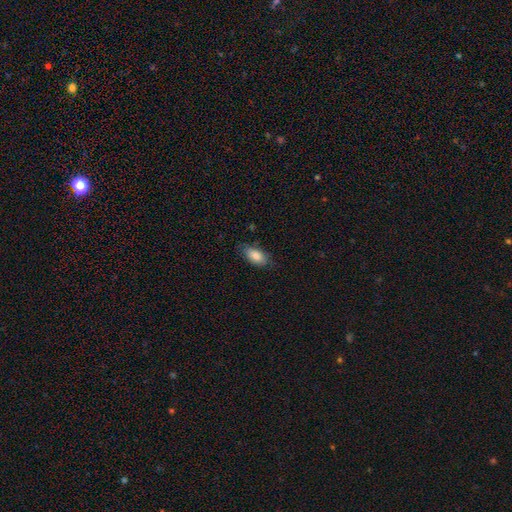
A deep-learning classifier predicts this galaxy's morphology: smooth 85%, featured or disk 8%, star or artifact 7%. Down the decision tree: how rounded — in between (90%); merging — none (77%).